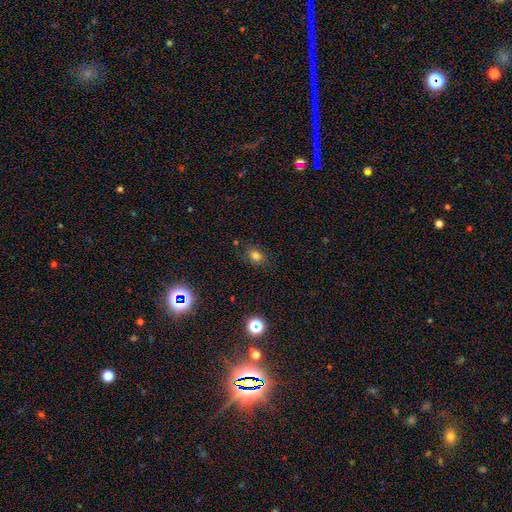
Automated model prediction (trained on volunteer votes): This appears to be a smooth galaxy with no disk features (76%) that is in between round and cigar-shaped (50%). Merging: none (81%).